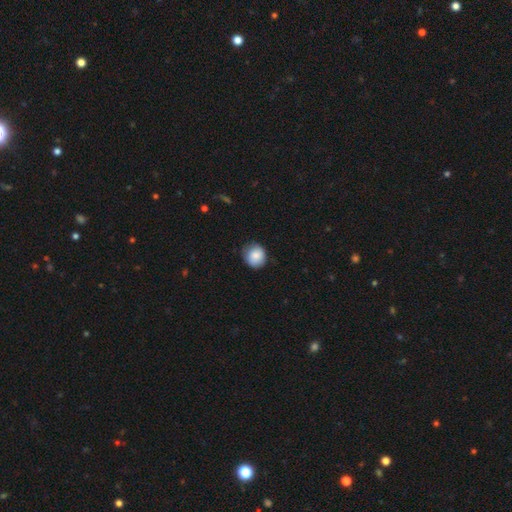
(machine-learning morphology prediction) A smooth galaxy with no disk features (85%) that is round (85%).

Vote fractions:
- Smooth or featured? smooth: 85% / featured or disk: 7% / star or artifact: 7%
- How rounded? round: 85% / in between: 14% / cigar-shaped: 1%
- Merging? none: 77% / minor disturbance: 19% / major disturbance: 3% / merger: 1%